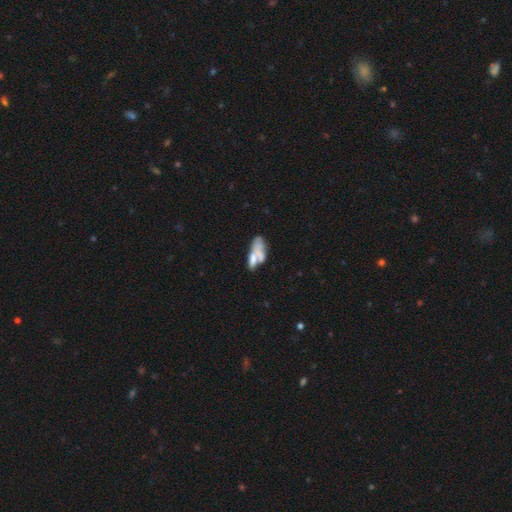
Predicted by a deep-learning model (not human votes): Smooth or featured? Predicted: smooth (p=0.57). How rounded? Predicted: in between (p=0.71). Merging? Predicted: merger (p=0.49).